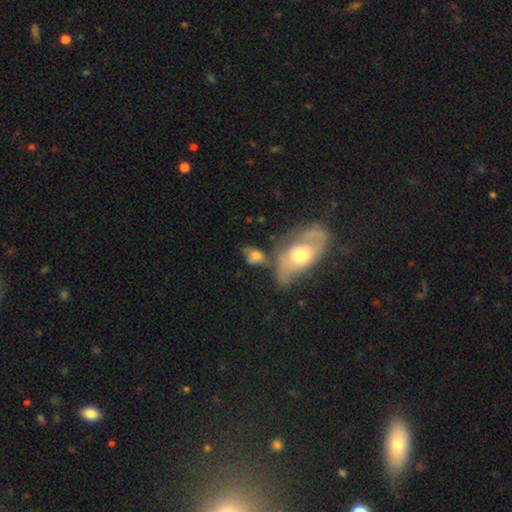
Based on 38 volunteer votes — Q: Smooth or featured?
A: smooth (66%); runner-up: featured or disk (29%)
Q: How rounded?
A: in between (88%); runner-up: round (8%)
Q: Merging?
A: merger (44%); runner-up: none (19%)